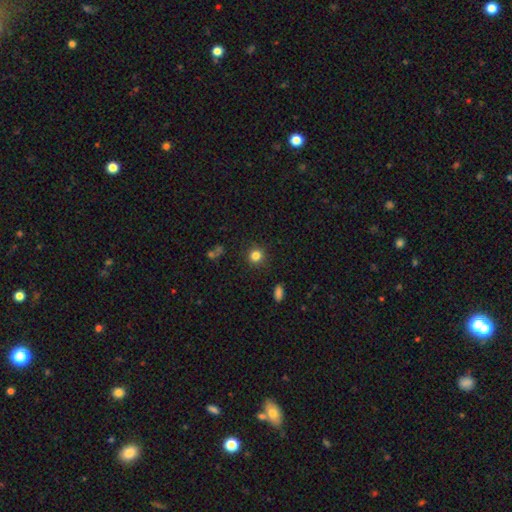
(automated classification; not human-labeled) This is clearly a smooth galaxy (83%). How rounded: clearly round (89%). Merging: clearly none (89%).